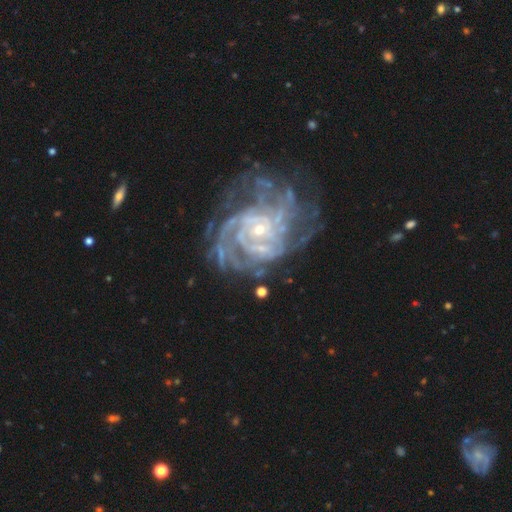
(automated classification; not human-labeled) This appears to be a featured or disk galaxy (87%) with no bar (69%), tight (65%) spiral arms (93%) and a small central bulge (72%). Merging: none (55%).